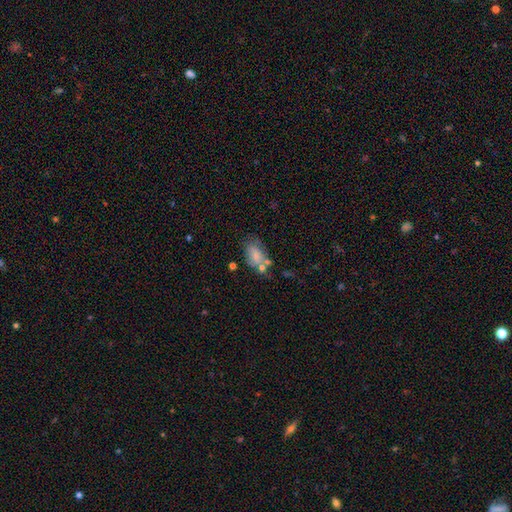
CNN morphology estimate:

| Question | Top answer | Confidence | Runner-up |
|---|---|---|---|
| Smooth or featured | smooth | 73% | featured or disk (17%) |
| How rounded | in between | 89% | round (9%) |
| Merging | none | 48% | minor disturbance (23%) |